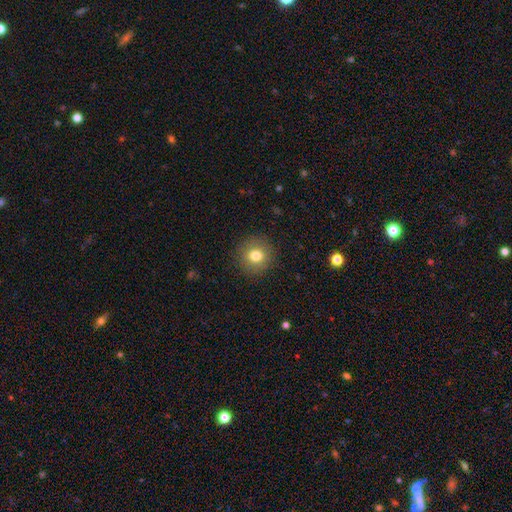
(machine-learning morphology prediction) The model was most divided on "smooth or featured": smooth: 79%, star or artifact: 11%, featured or disk: 10%. More confident: how rounded — round (92%); merging — none (90%).